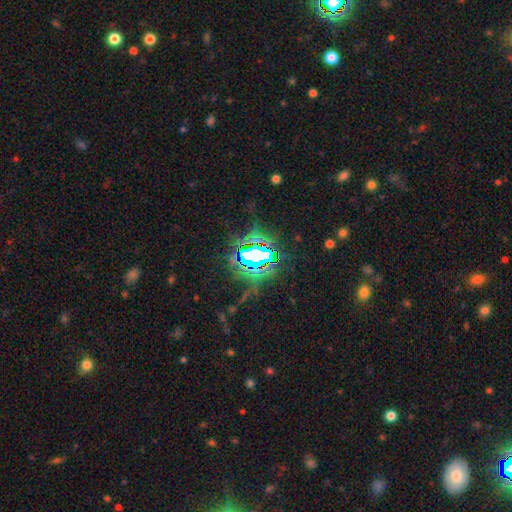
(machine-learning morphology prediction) A star or artifact, not a galaxy (79%).

Vote fractions:
- Smooth or featured? star or artifact: 79% / featured or disk: 11% / smooth: 10%